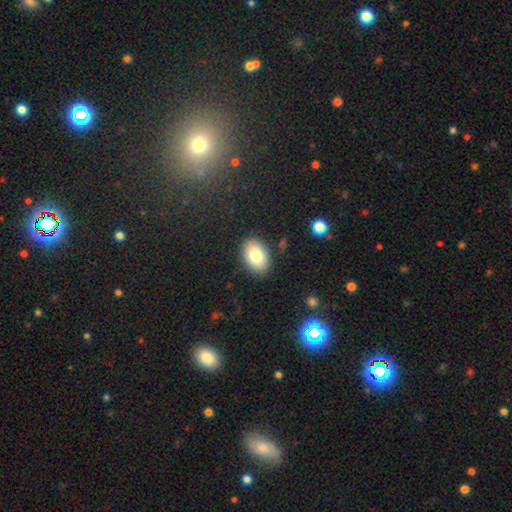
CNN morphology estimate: Q: Smooth or featured?
A: smooth (79%); runner-up: featured or disk (12%)
Q: How rounded?
A: in between (84%); runner-up: round (15%)
Q: Merging?
A: none (87%); runner-up: minor disturbance (9%)